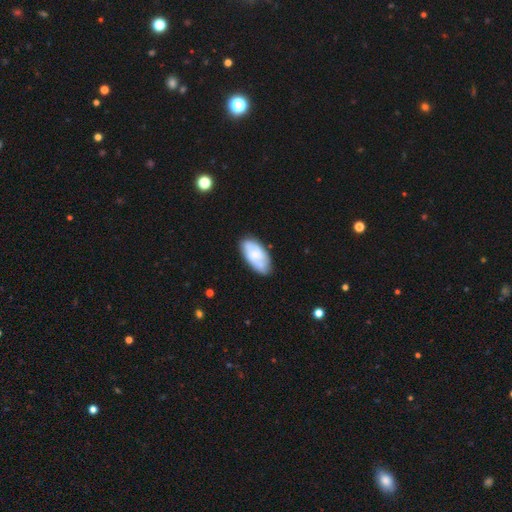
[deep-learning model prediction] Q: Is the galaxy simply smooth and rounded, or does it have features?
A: smooth — 57%.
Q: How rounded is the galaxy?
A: in between — 93%.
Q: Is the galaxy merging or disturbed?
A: none — 75%.